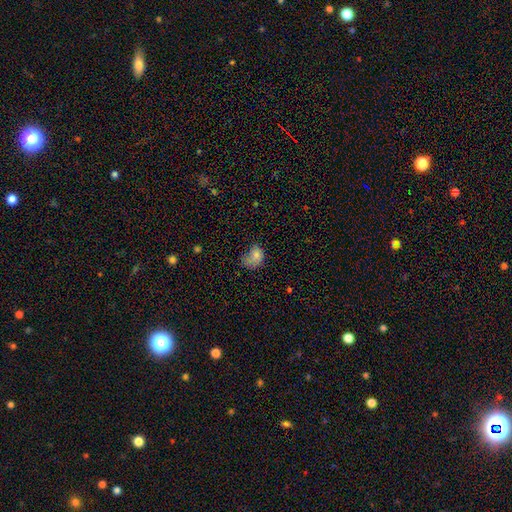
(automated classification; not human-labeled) This appears to be a smooth galaxy with no disk features (74%) that is in between round and cigar-shaped (71%). Merging: minor disturbance (34%).